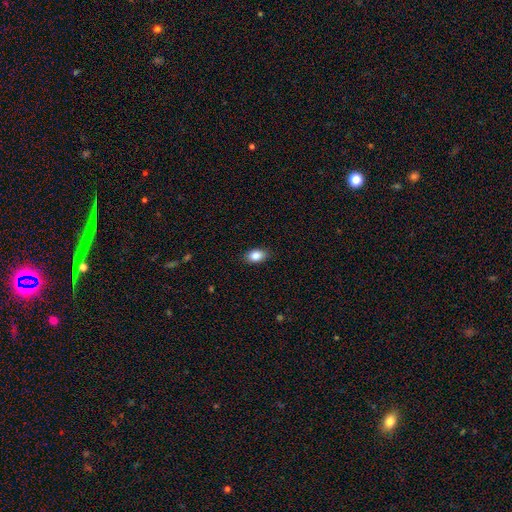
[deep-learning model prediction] smooth 86%, star or artifact 8%, featured or disk 6%. Down the decision tree: how rounded — in between (86%); merging — none (87%).